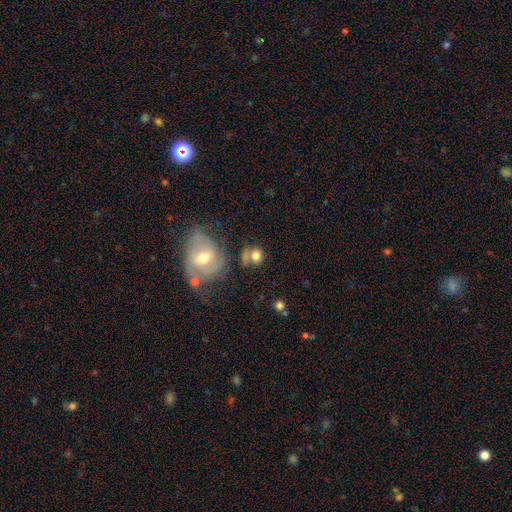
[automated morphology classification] Overall: smooth (73%). How rounded: round (72%). Merging: none (49%; merger 23%).